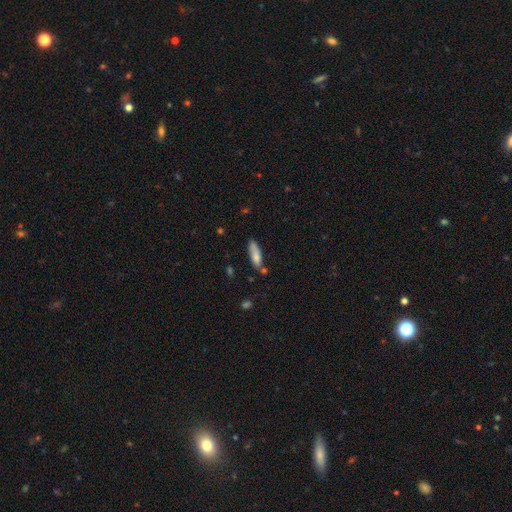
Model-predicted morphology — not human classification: This appears to be a smooth galaxy with no disk features (79%) that is in between round and cigar-shaped (49%, tied with cigar-shaped). Merging: none (60%).